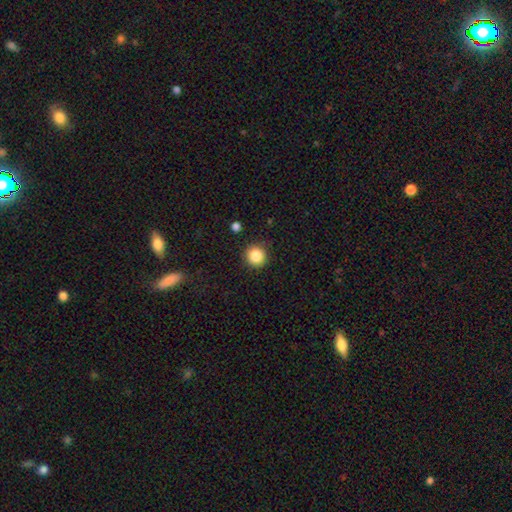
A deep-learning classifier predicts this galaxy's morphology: Smooth or featured: smooth — 86% (star or artifact — 10%)
How rounded: round — 93% (in between — 6%)
Merging: none — 89% (minor disturbance — 7%)